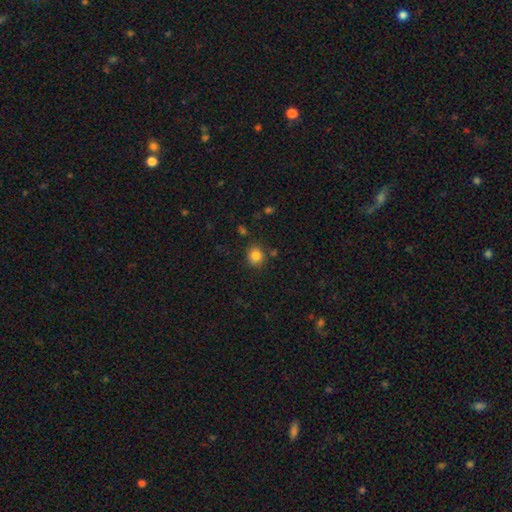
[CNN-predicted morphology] smooth 83%, star or artifact 11%, featured or disk 6%. Down the decision tree: how rounded — round (71%); merging — none (81%).